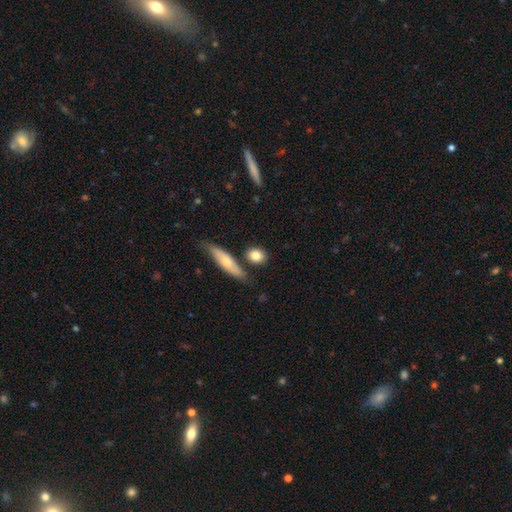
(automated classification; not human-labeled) A smooth galaxy with no disk features (81%) that is round (51%). Merging: none (72%).